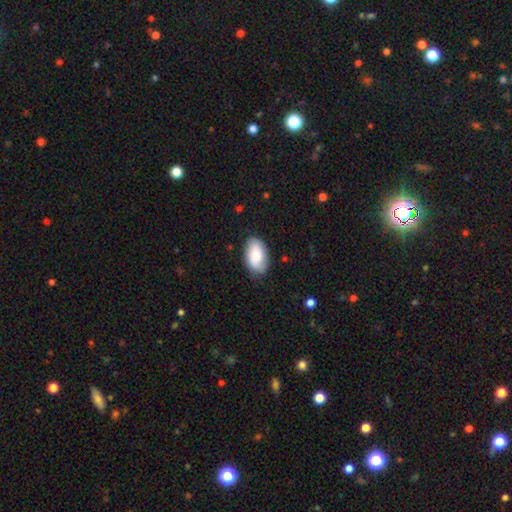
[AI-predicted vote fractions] smooth_or_featured: smooth (p=0.73) [alt: featured or disk p=0.20]
how_rounded: in between (p=0.93) [alt: round p=0.05]
merging: none (p=0.81) [alt: minor disturbance p=0.15]